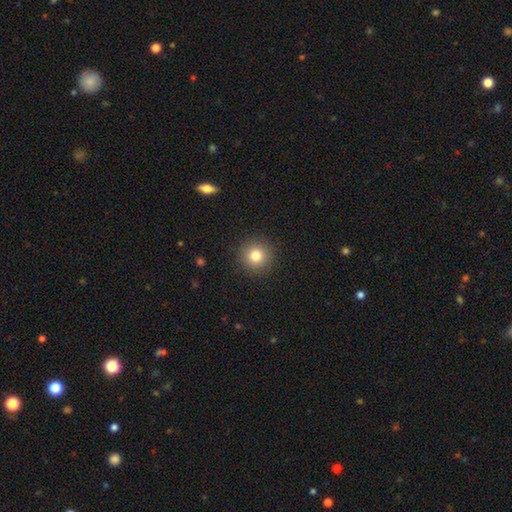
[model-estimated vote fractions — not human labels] smooth-or-featured: smooth: 81% | star or artifact: 12% | featured or disk: 7%
  how-rounded: round: 94% | in between: 5% | cigar-shaped: 1%
  merging: none: 91% | minor disturbance: 6% | major disturbance: 2% | merger: 1%